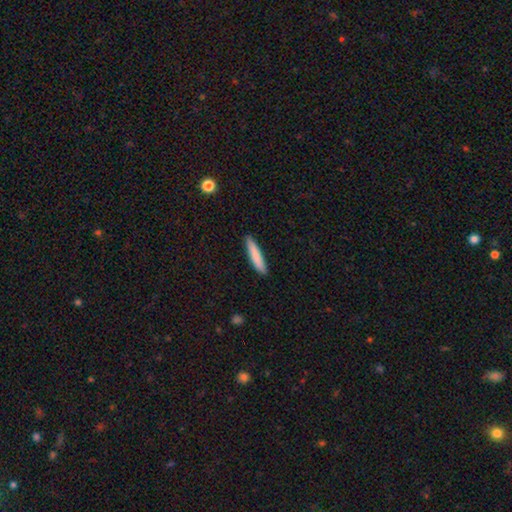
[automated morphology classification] smooth 83%, featured or disk 12%, star or artifact 6%. Down the decision tree: how rounded — cigar-shaped (90%); merging — none (90%).